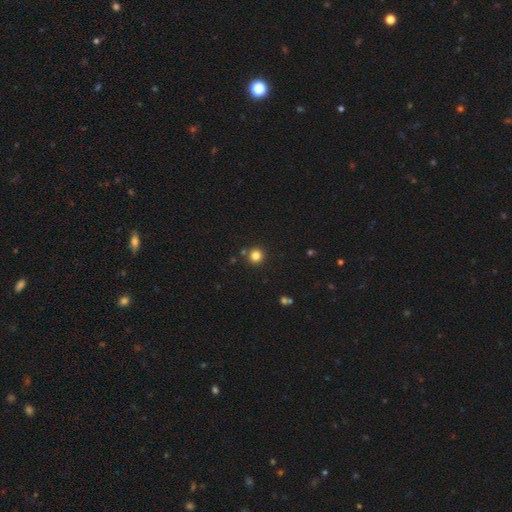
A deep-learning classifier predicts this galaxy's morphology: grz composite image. It shows a smooth galaxy with no disk features (82%) that is round (94%). Merging: none (86%).